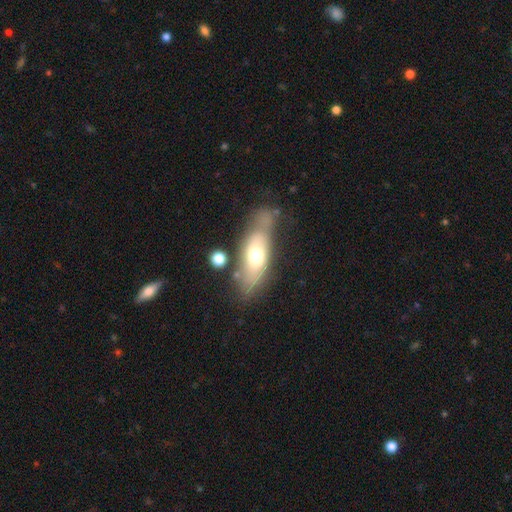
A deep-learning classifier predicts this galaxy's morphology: Smooth or featured? Predicted: smooth (p=0.56). How rounded? Predicted: in between (p=0.67). Merging? Predicted: none (p=0.57).